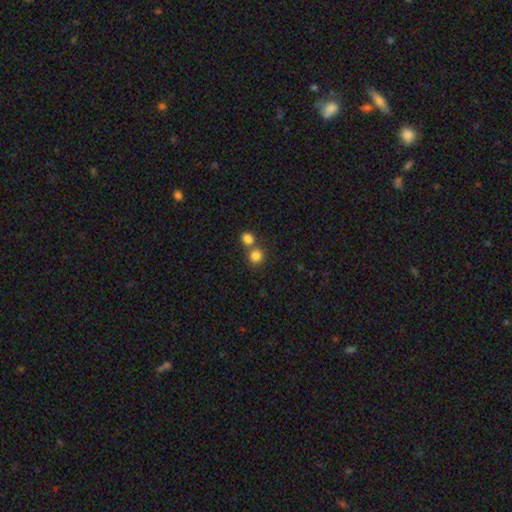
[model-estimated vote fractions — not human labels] Smooth or featured?
  - smooth: 82% *
  - star or artifact: 12%
  - featured or disk: 6%
How rounded?
  - round: 86% *
  - in between: 13%
  - cigar-shaped: 1%
Merging?
  - none: 55% *
  - merger: 35%
  - minor disturbance: 7%
  - major disturbance: 3%